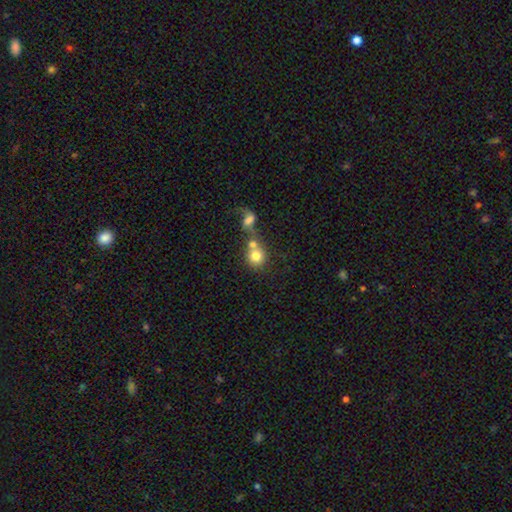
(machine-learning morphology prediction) Smooth or featured? Predicted: smooth (p=0.75). How rounded? Predicted: round (p=0.84). Merging? Predicted: merger (p=0.56).